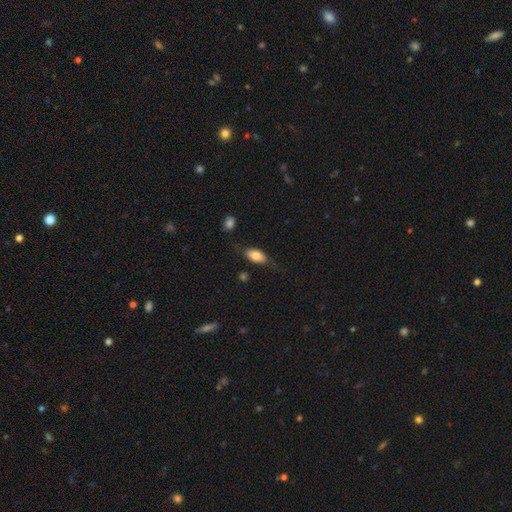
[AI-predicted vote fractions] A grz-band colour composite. It shows a smooth galaxy with no disk features (76%) that is in between round and cigar-shaped (87%). Merging: none (68%).